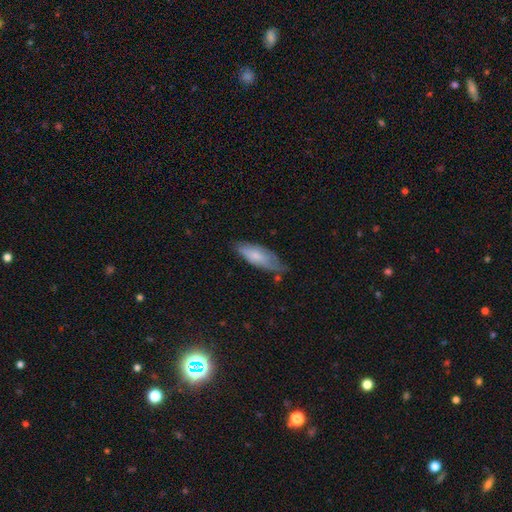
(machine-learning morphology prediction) The model was most divided on "merging": none: 54%, minor disturbance: 35%, major disturbance: 8%, merger: 3%. More confident: smooth or featured — smooth (68%); how rounded — in between (66%).